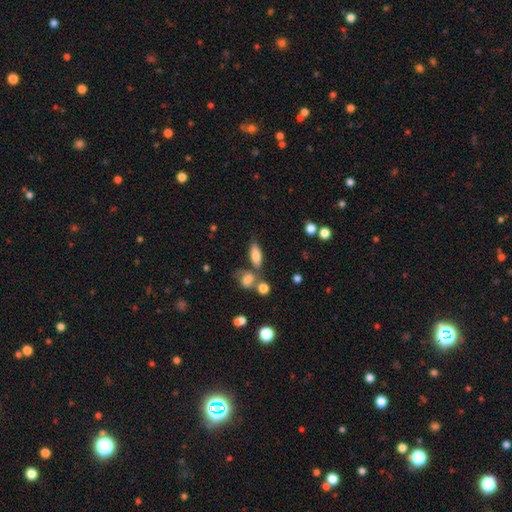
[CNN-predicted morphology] Smooth or featured? Predicted: smooth (p=0.78). How rounded? Predicted: in between (p=0.75). Merging? Predicted: none (p=0.59).